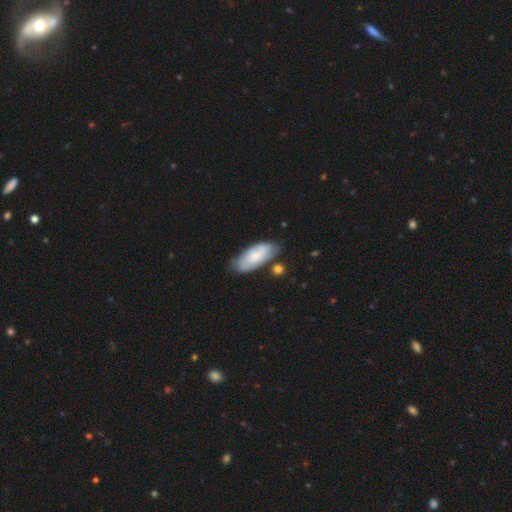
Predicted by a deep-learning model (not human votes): Overall: smooth (64%; featured or disk 29%). How rounded: in between (86%). Merging: none (66%).